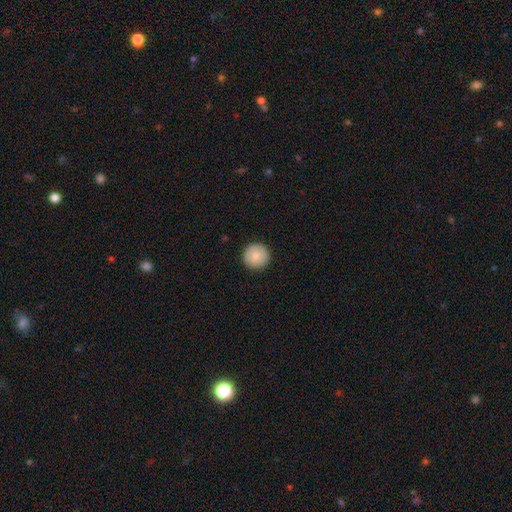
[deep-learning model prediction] Q: Smooth or featured?
A: smooth (81%); runner-up: featured or disk (11%)
Q: How rounded?
A: round (96%); runner-up: in between (4%)
Q: Merging?
A: none (92%); runner-up: minor disturbance (6%)